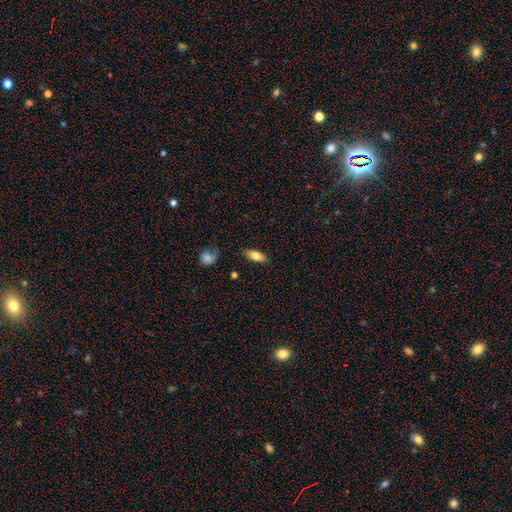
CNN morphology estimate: The model was most divided on "smooth or featured": smooth: 78%, featured or disk: 15%, star or artifact: 7%. More confident: merging — none (84%); how rounded — in between (83%).